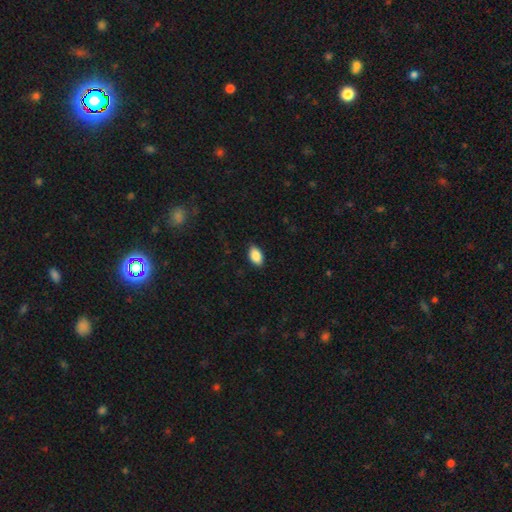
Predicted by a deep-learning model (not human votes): Overall: smooth (88%). How rounded: in between (93%). Merging: none (86%).